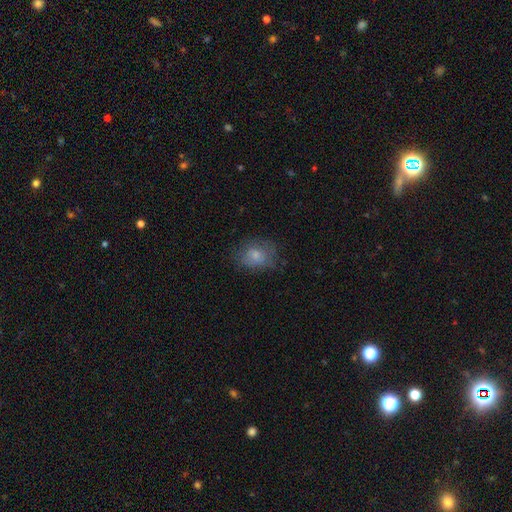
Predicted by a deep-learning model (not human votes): smooth-or-featured: smooth: 74% | featured or disk: 17% | star or artifact: 9%
  how-rounded: round: 54% | in between: 45% | cigar-shaped: 1%
  merging: none: 64% | minor disturbance: 23% | major disturbance: 12% | merger: 1%